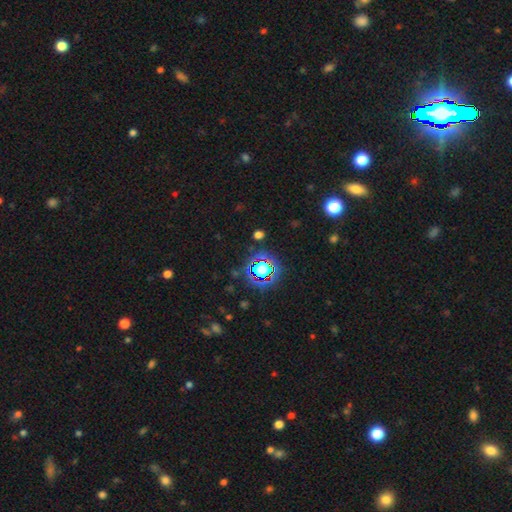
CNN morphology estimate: A star or artifact, not a galaxy (78%).